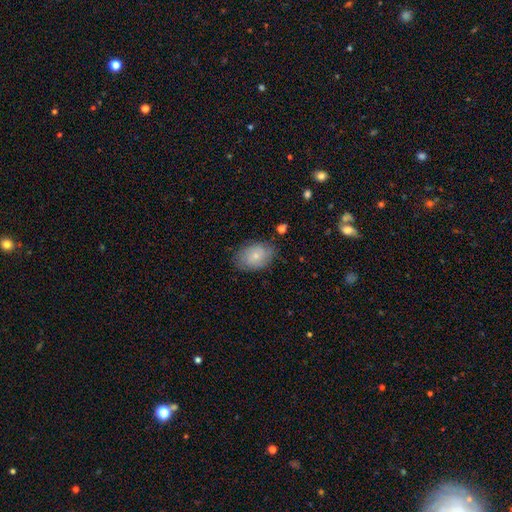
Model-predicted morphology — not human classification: Smooth or featured? Predicted: smooth (p=0.63). How rounded? Predicted: in between (p=0.78). Merging? Predicted: none (p=0.75).